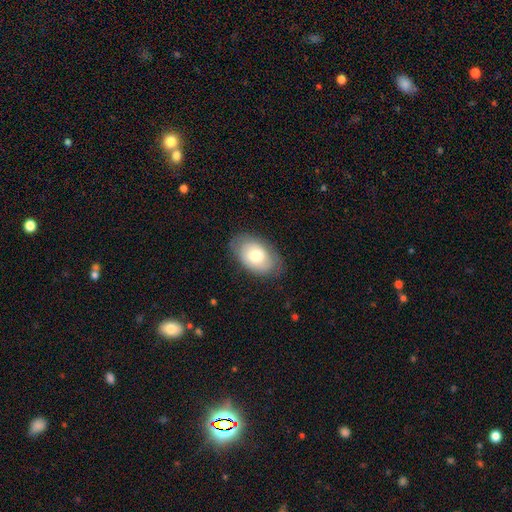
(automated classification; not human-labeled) A smooth galaxy with no disk features (65%) that is in between round and cigar-shaped (90%). Merging: none (78%).